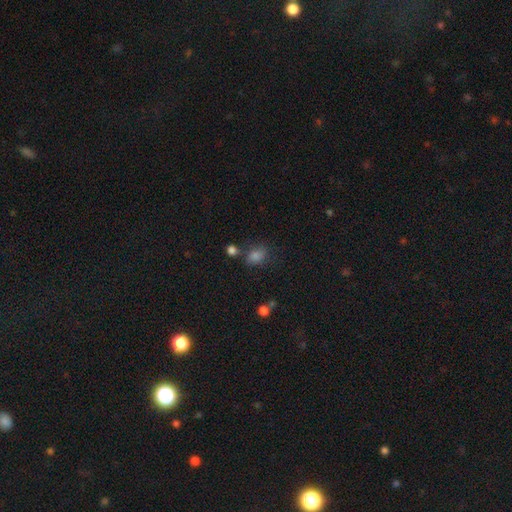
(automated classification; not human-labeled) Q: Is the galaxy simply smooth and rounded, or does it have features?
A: smooth — 76%.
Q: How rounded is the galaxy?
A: in between — 60%.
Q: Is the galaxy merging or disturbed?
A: none — 65%.